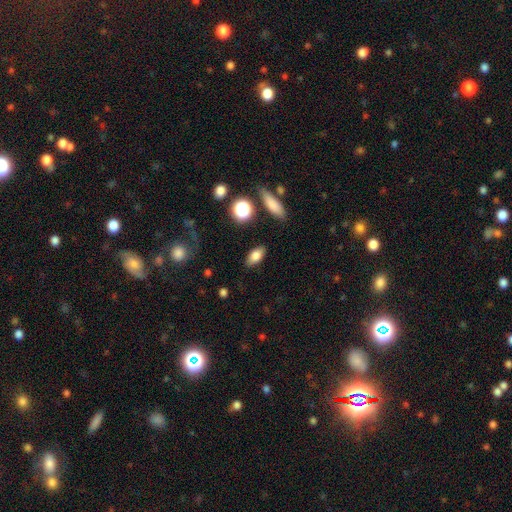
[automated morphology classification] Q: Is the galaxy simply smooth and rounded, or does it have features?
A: smooth — 80%.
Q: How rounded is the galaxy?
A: in between — 86%.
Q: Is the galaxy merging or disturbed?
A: none — 84%.